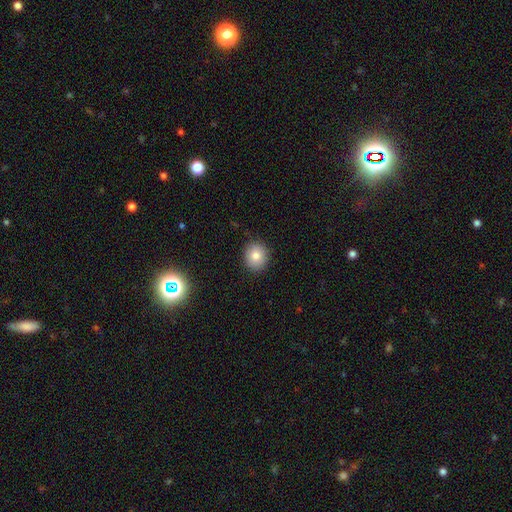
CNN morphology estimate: smooth-or-featured: smooth: 80% | star or artifact: 10% | featured or disk: 10%
  how-rounded: round: 82% | in between: 17% | cigar-shaped: 1%
  merging: none: 88% | minor disturbance: 9% | major disturbance: 2% | merger: 1%